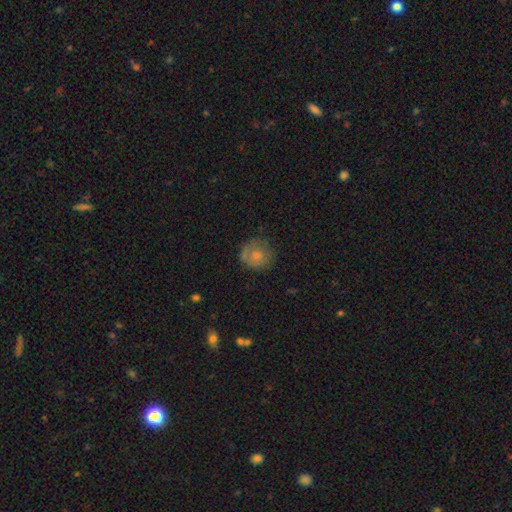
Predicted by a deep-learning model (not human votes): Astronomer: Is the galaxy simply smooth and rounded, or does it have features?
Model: smooth — 65%.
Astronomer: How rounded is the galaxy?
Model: round — 89%.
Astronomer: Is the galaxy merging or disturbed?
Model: none — 70%.